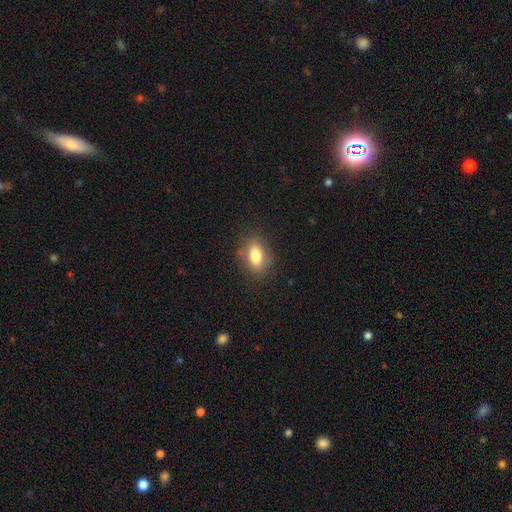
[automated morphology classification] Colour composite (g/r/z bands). It shows a smooth galaxy with no disk features (81%) that is in between round and cigar-shaped (83%). Merging: none (83%).